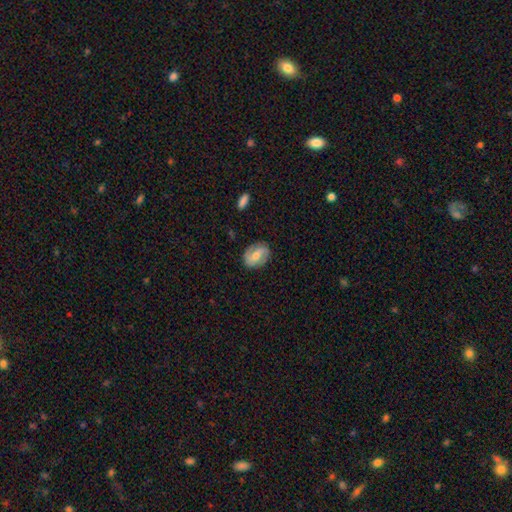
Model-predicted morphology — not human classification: Smooth or featured: featured or disk — 47% (smooth — 46%)
Merging: none — 81% (minor disturbance — 14%)